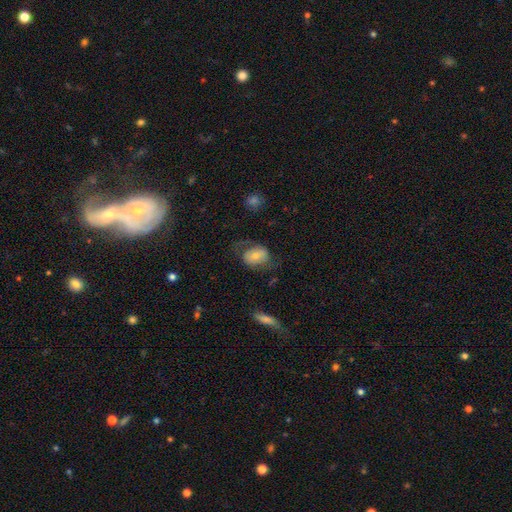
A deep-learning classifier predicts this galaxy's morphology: smooth 51%, featured or disk 41%, star or artifact 8%. Down the decision tree: how rounded — in between (68%); merging — none (53%).